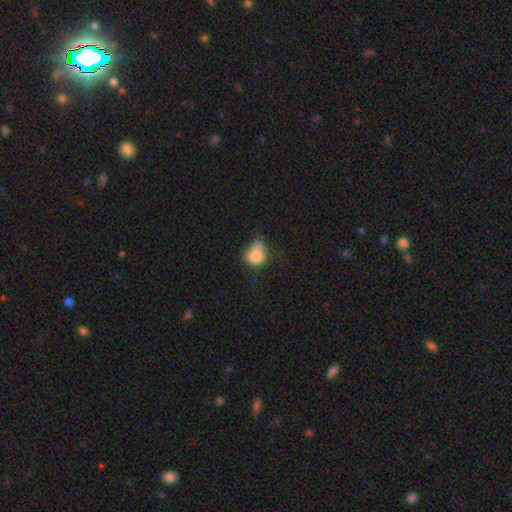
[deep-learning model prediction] smooth-or-featured: smooth: 77% | featured or disk: 12% | star or artifact: 11%
  how-rounded: in between: 49% (tied) | round: 49% (tied) | cigar-shaped: 1%
  merging: minor disturbance: 36% | none: 30% | major disturbance: 24% | merger: 11%